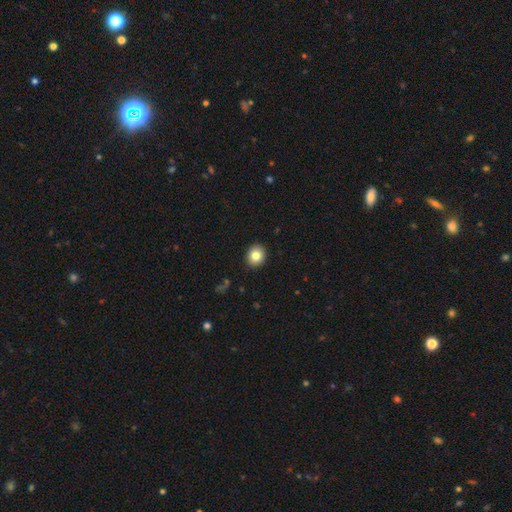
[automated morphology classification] The model was most divided on "how rounded": round: 72%, in between: 27%, cigar-shaped: 1%. More confident: merging — none (92%); smooth or featured — smooth (82%).